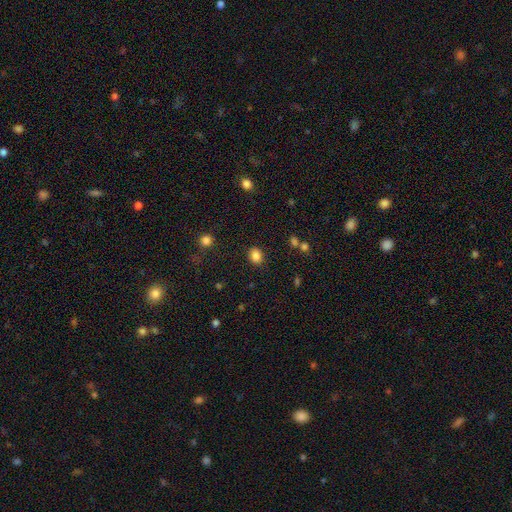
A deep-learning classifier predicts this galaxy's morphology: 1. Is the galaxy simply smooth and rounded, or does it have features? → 85% smooth, 11% star or artifact, 5% featured or disk.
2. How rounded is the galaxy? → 55% in between, 44% round, 1% cigar-shaped.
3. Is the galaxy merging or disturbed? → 86% none, 9% minor disturbance, 3% major disturbance, 2% merger.